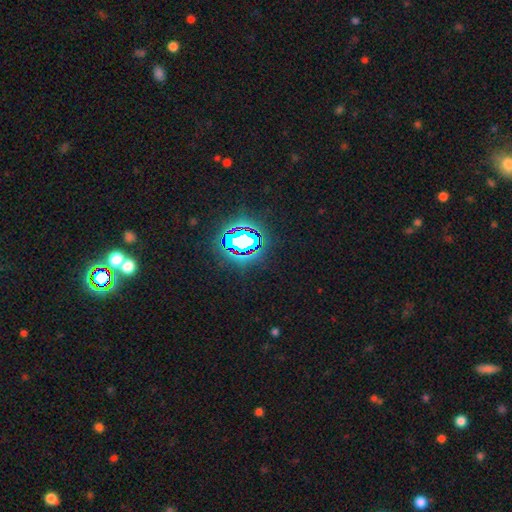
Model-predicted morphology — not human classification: Smooth or featured? star or artifact (84%)